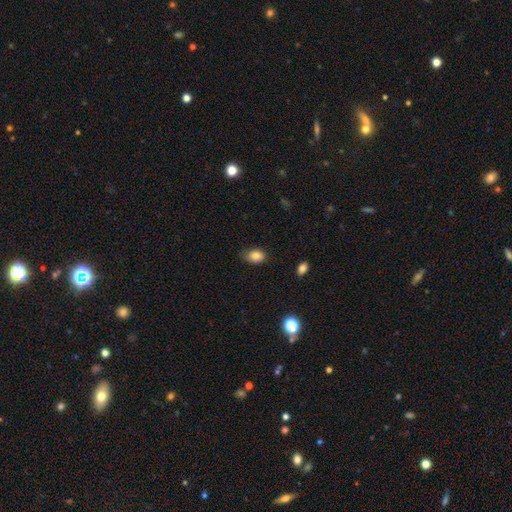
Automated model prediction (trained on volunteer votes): A smooth galaxy with no disk features (83%) that is in between round and cigar-shaped (79%). Merging: none (66%).